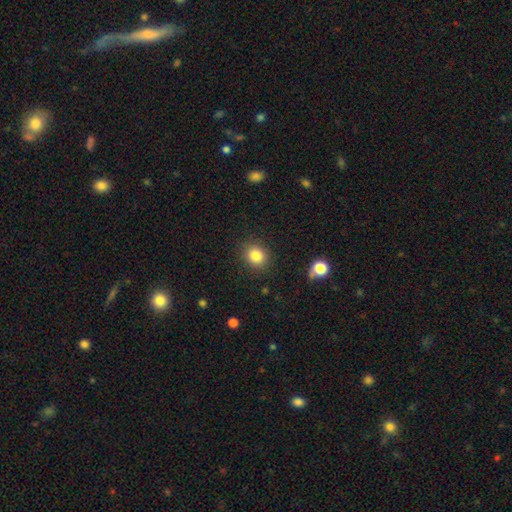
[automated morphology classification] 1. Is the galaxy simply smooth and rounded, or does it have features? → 84% smooth, 10% star or artifact, 6% featured or disk.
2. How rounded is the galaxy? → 76% round, 23% in between, 1% cigar-shaped.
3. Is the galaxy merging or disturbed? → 88% none, 8% minor disturbance, 3% major disturbance, 1% merger.